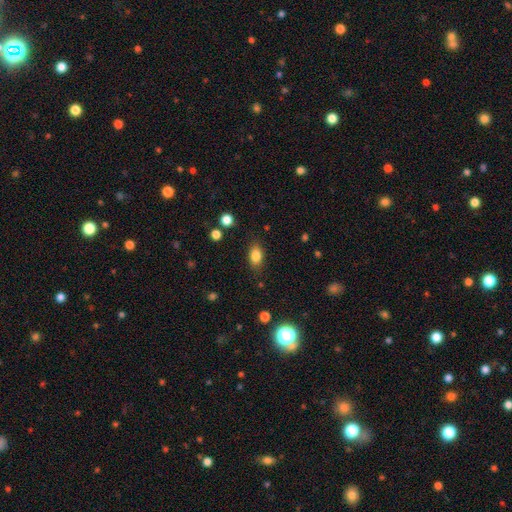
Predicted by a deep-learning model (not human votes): The model was most divided on "merging": none: 84%, minor disturbance: 11%, major disturbance: 3%, merger: 2%. More confident: how rounded — in between (85%); smooth or featured — smooth (83%).